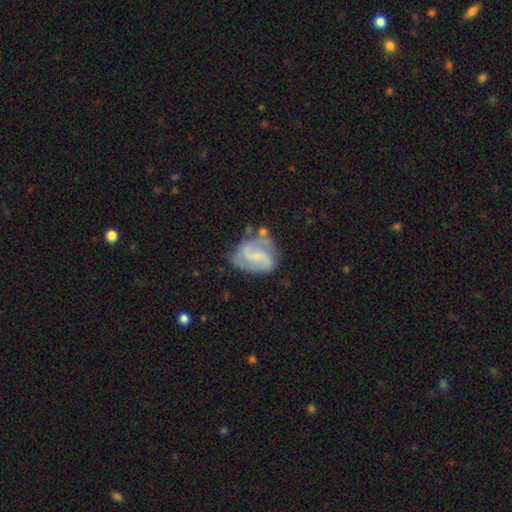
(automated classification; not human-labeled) Smooth or featured? featured or disk (79%)
Edge-on disk? no (98%)
Bar? weak (51%)
Spiral arms? yes (92%)
Spiral winding? medium (48%)
Spiral arm count? 2 (86%)
Bulge size? small (59%)
Merging? none (58%)